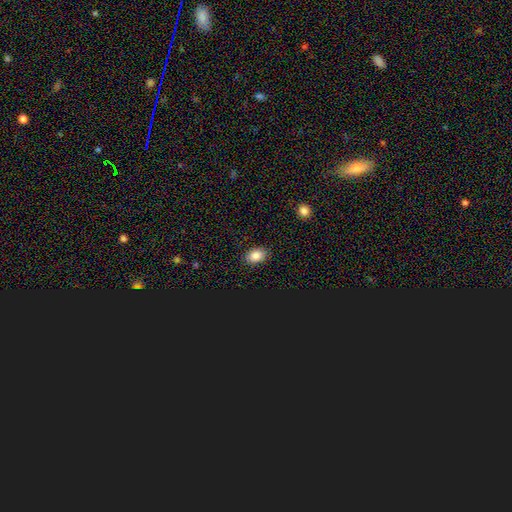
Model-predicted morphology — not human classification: A smooth galaxy with no disk features (83%) that is in between round and cigar-shaped (84%).

Vote fractions:
- Smooth or featured? smooth: 83% / star or artifact: 11% / featured or disk: 6%
- How rounded? in between: 84% / round: 15% / cigar-shaped: 1%
- Merging? none: 87% / minor disturbance: 9% / major disturbance: 2% / merger: 1%